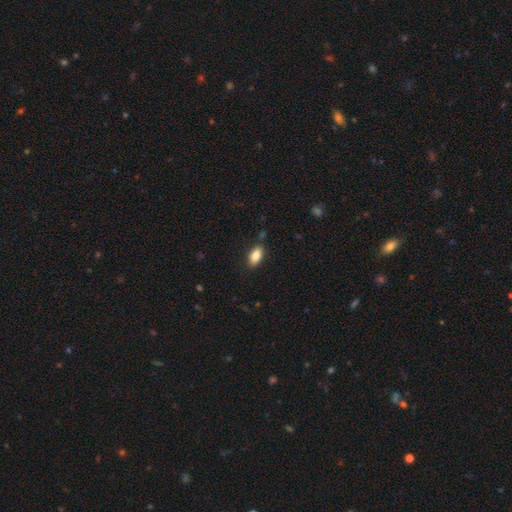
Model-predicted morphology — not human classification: smooth-or-featured: smooth: 85% | star or artifact: 8% | featured or disk: 7%
  how-rounded: in between: 91% | cigar-shaped: 5% | round: 4%
  merging: none: 85% | minor disturbance: 11% | major disturbance: 2% | merger: 2%